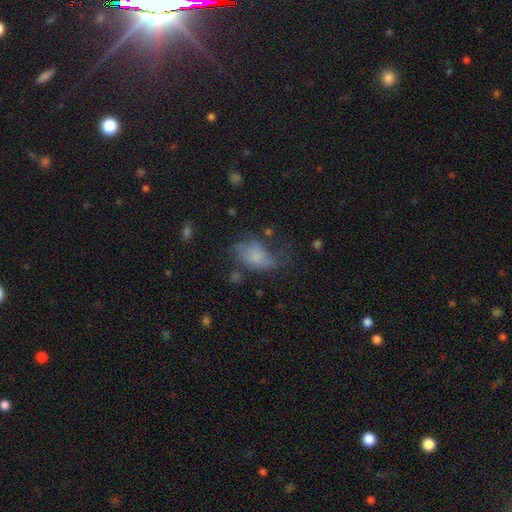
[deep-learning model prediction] Overall: smooth (71%). How rounded: in between (84%). Merging: none (34%; major disturbance 32%).